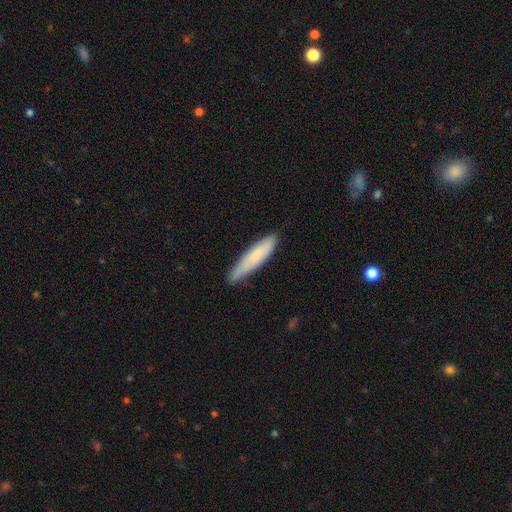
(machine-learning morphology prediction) This is likely a smooth galaxy (75%). How rounded: clearly cigar-shaped (82%). Merging: likely none (76%).